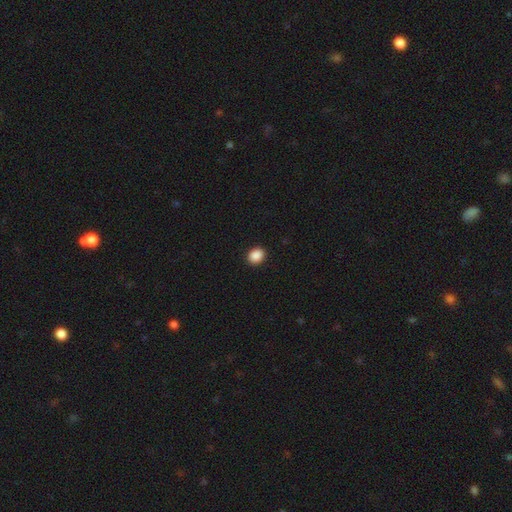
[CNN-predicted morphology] This appears to be a smooth galaxy with no disk features (89%) that is round (55%). Merging: none (92%).